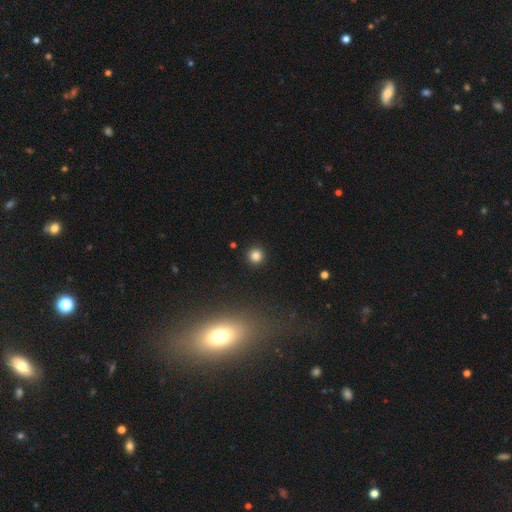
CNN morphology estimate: A smooth galaxy with no disk features (82%) that is round (95%).

Vote fractions:
- Smooth or featured? smooth: 82% / star or artifact: 13% / featured or disk: 5%
- How rounded? round: 95% / in between: 4% / cigar-shaped: 1%
- Merging? none: 92% / minor disturbance: 4% / major disturbance: 2% / merger: 1%